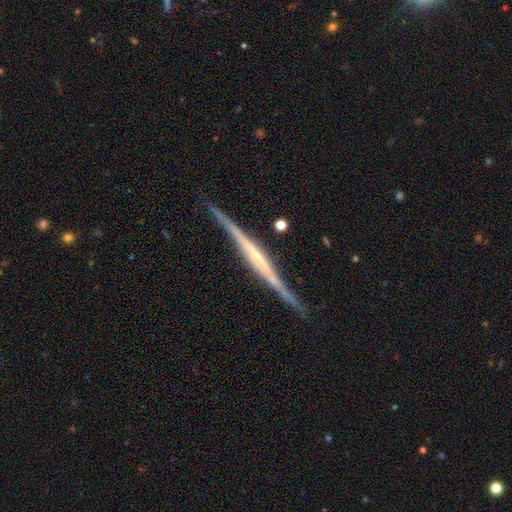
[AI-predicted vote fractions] Q: Smooth or featured?
A: featured or disk (82%); runner-up: smooth (14%)
Q: Edge-on disk?
A: yes (98%); runner-up: no (2%)
Q: Edge-on bulge?
A: none (50%); runner-up: boxy (27%)
Q: Merging?
A: none (86%); runner-up: minor disturbance (11%)